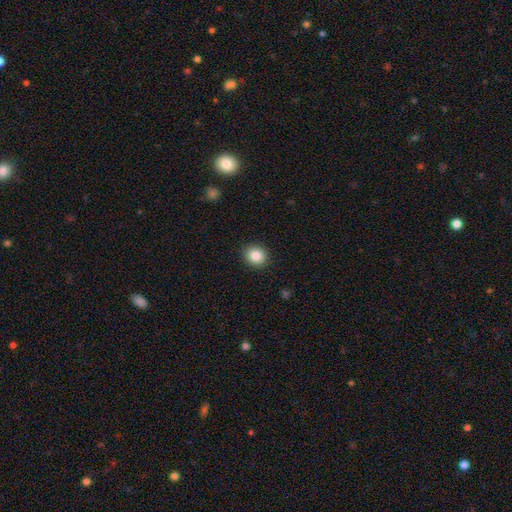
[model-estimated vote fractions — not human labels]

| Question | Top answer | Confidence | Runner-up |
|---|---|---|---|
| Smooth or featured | smooth | 85% | star or artifact (10%) |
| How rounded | round | 79% | in between (20%) |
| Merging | none | 91% | minor disturbance (6%) |